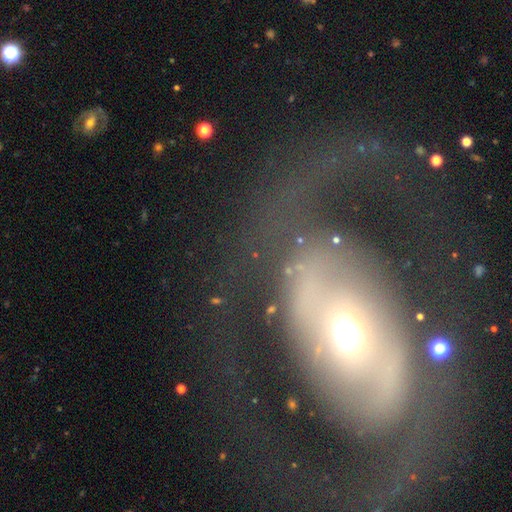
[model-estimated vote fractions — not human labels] Smooth or featured: featured or disk — 70% (smooth — 21%)
Edge-on disk: no — 93% (yes — 7%)
Bar: no — 57% (weak — 24%)
Spiral arms: yes — 57% (no — 43%)
Bulge size: moderate — 62% (large — 20%)
Merging: none — 59% (major disturbance — 27%)